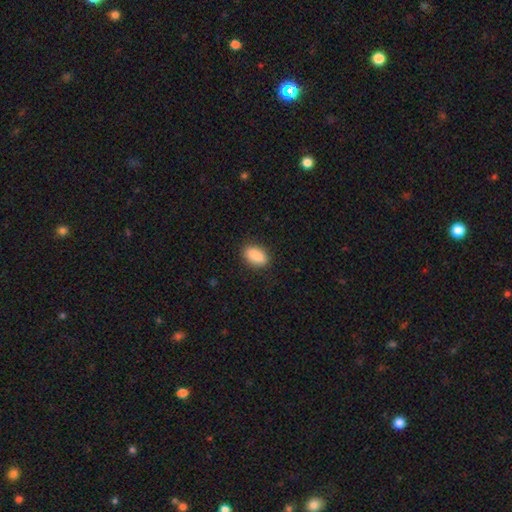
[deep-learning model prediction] smooth_or_featured: smooth (p=0.89) [alt: star or artifact p=0.07]
how_rounded: in between (p=0.90) [alt: round p=0.06]
merging: none (p=0.87) [alt: minor disturbance p=0.10]